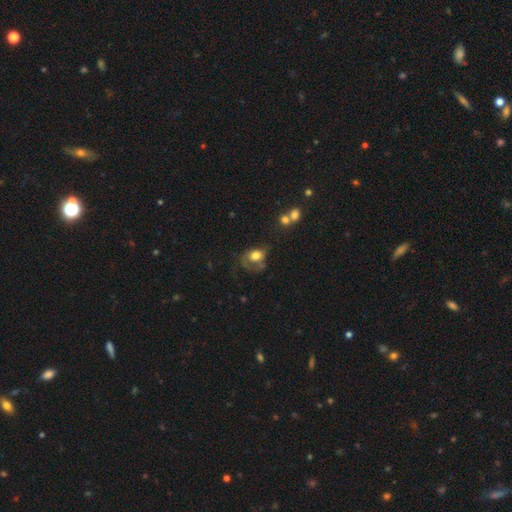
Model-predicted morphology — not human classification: This is likely a smooth galaxy (68%). How rounded: possibly in between (58%). Merging: marginally none (34%).